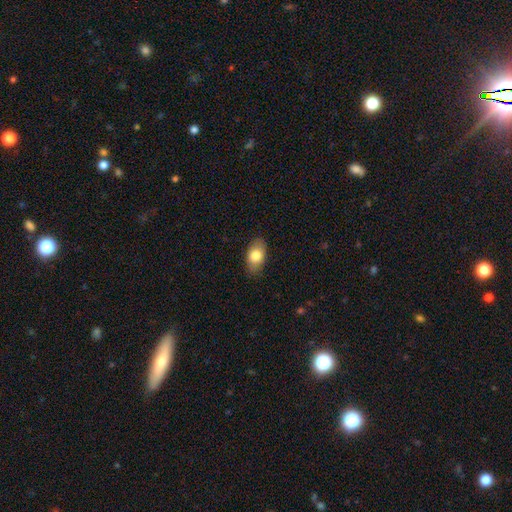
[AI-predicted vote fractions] Smooth or featured?
  - smooth: 80% *
  - featured or disk: 13%
  - star or artifact: 7%
How rounded?
  - in between: 90% *
  - round: 7%
  - cigar-shaped: 2%
Merging?
  - none: 83% *
  - minor disturbance: 13%
  - major disturbance: 3%
  - merger: 1%